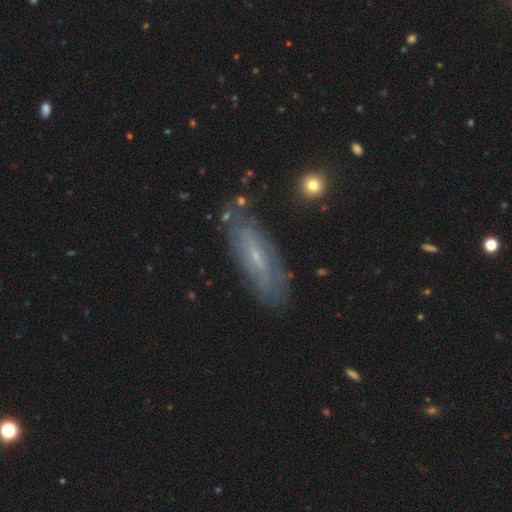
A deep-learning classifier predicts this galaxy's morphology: A featured or disk galaxy (58%). Merging: none (79%).